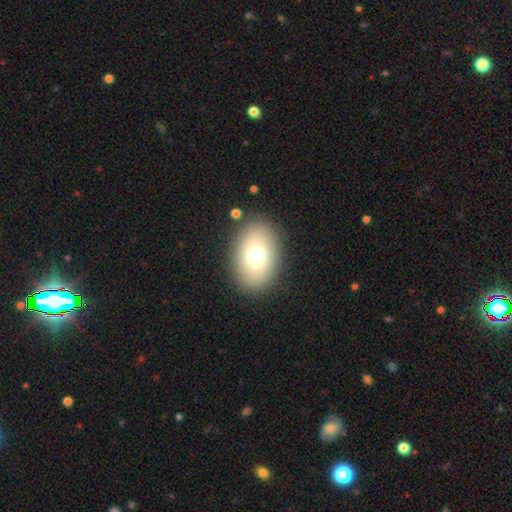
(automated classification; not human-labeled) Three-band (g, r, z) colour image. It shows a smooth galaxy with no disk features (70%) that is in between round and cigar-shaped (72%). Merging: none (87%).